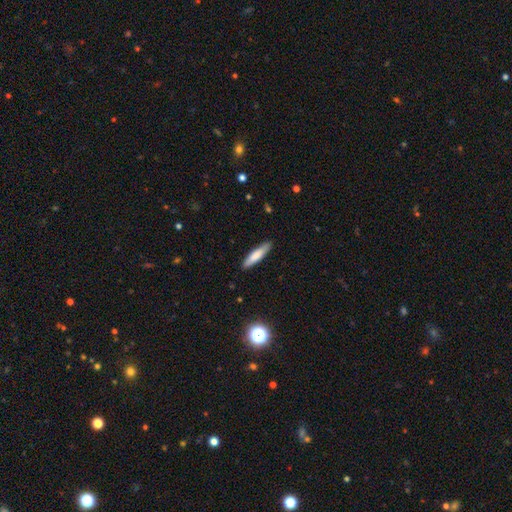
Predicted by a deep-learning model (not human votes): A smooth galaxy with no disk features (76%) that is cigar-shaped (82%). Merging: none (89%).